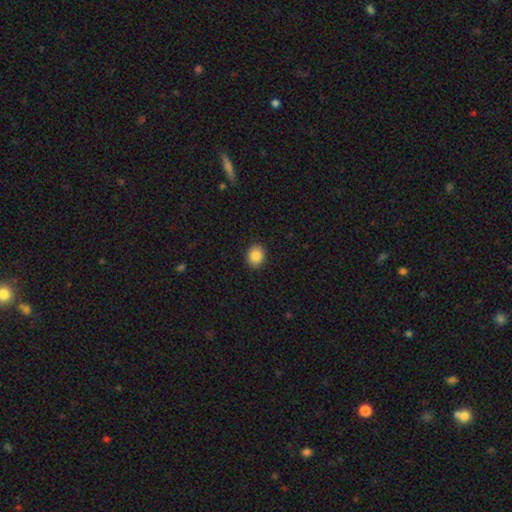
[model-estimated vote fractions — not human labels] The model was most divided on "how rounded": round: 53%, in between: 46%, cigar-shaped: 1%. More confident: merging — none (91%); smooth or featured — smooth (86%).